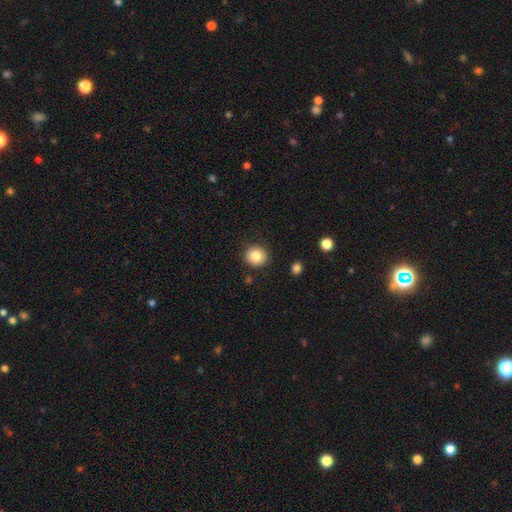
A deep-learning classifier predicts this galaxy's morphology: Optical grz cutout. It shows a smooth galaxy with no disk features (84%) that is round (91%). Merging: none (90%).